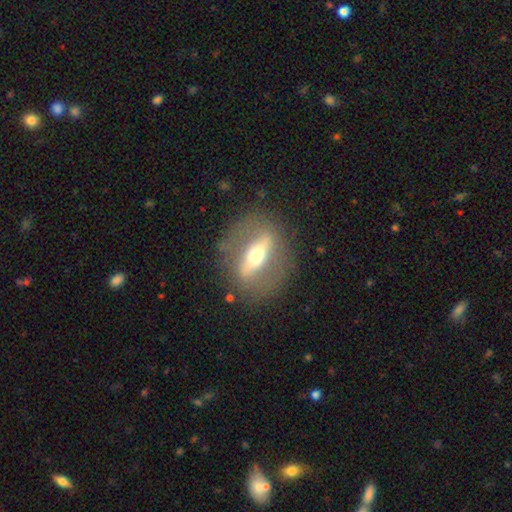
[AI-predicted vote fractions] A featured or disk galaxy (72%).

Vote fractions:
- Smooth or featured? featured or disk: 72% / smooth: 22% / star or artifact: 7%
- Edge-on disk? no: 52% / yes: 48%
- Merging? none: 82% / minor disturbance: 10% / major disturbance: 7% / merger: 1%